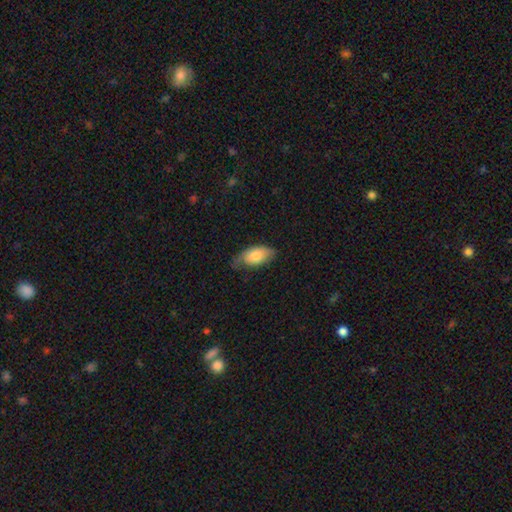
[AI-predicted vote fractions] Smooth or featured? smooth (73%)
How rounded? in between (93%)
Merging? none (51%)